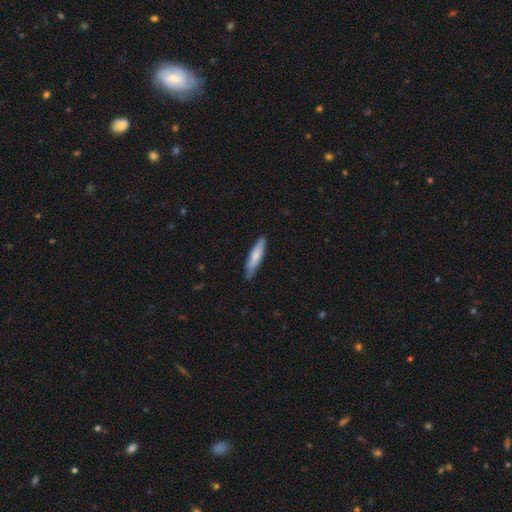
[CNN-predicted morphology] Smooth or featured: smooth — 70% (featured or disk — 25%)
How rounded: cigar-shaped — 78% (in between — 21%)
Merging: none — 80% (minor disturbance — 16%)